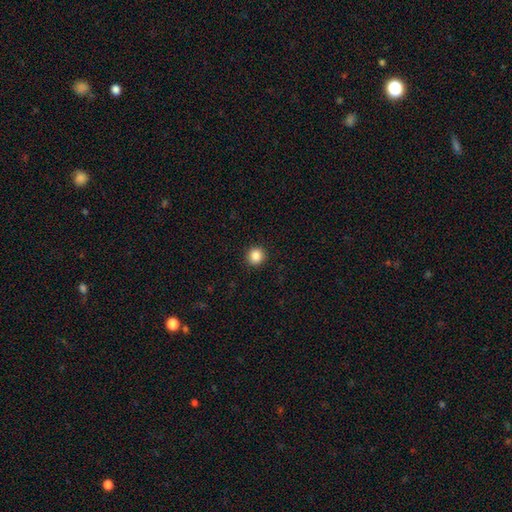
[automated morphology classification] A smooth galaxy with no disk features (87%) that is round (94%). Merging: none (93%).